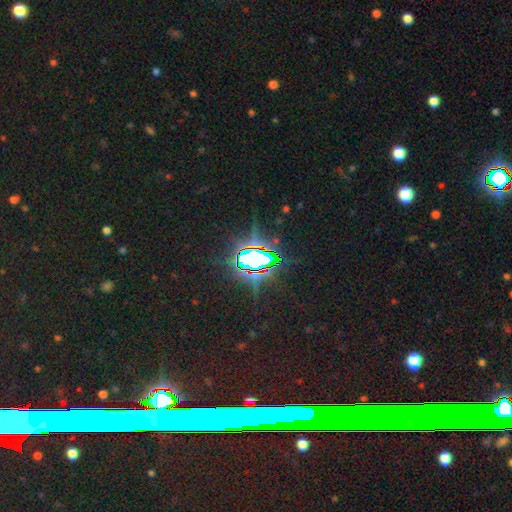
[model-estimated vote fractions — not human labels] Smooth or featured?
  - star or artifact: 78% *
  - smooth: 11%
  - featured or disk: 11%